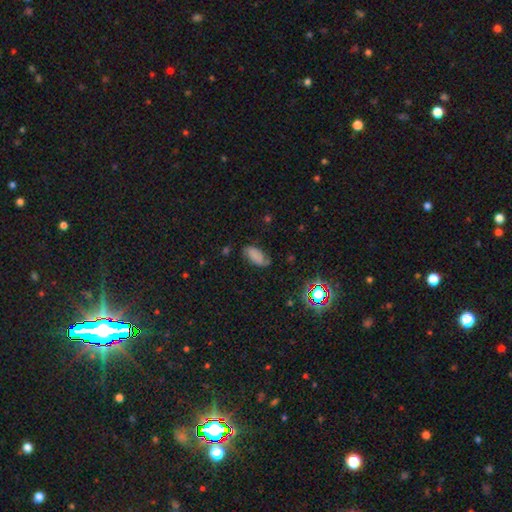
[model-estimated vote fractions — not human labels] A smooth galaxy with no disk features (63%) that is in between round and cigar-shaped (92%).

Vote fractions:
- Smooth or featured? smooth: 63% / featured or disk: 23% / star or artifact: 14%
- How rounded? in between: 92% / cigar-shaped: 5% / round: 3%
- Merging? none: 64% / minor disturbance: 26% / major disturbance: 8% / merger: 3%